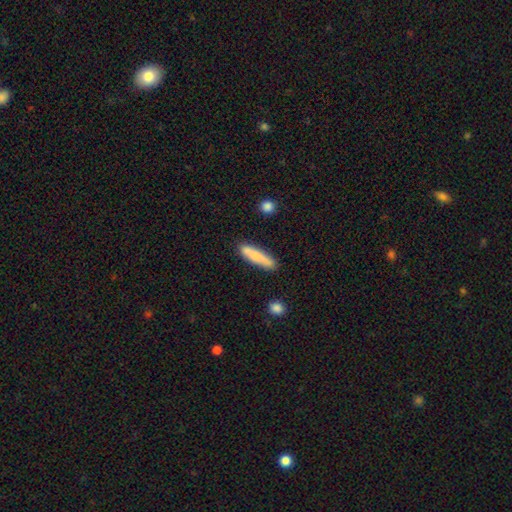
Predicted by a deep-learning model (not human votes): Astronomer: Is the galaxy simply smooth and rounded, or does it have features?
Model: smooth — 77%.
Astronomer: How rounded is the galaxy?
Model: cigar-shaped — 85%.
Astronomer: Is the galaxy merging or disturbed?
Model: none — 82%.